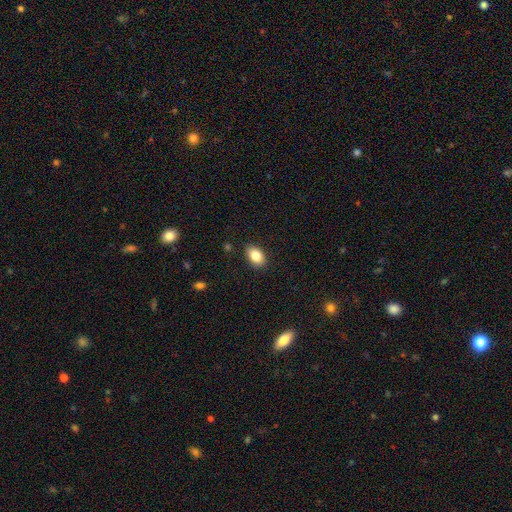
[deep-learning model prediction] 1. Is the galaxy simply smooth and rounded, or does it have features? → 84% smooth, 8% featured or disk, 8% star or artifact.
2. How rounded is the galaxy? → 87% in between, 12% round, 1% cigar-shaped.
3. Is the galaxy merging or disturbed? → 88% none, 9% minor disturbance, 2% major disturbance, 1% merger.